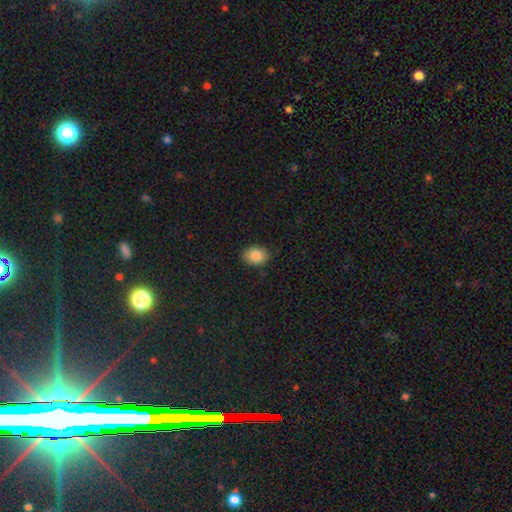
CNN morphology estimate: Smooth or featured?
  - smooth: 84% *
  - star or artifact: 9%
  - featured or disk: 7%
How rounded?
  - in between: 66% *
  - round: 33%
  - cigar-shaped: 1%
Merging?
  - none: 87% *
  - minor disturbance: 10%
  - major disturbance: 2%
  - merger: 1%